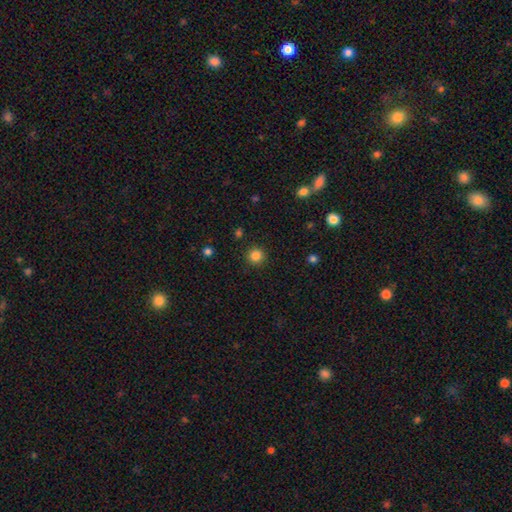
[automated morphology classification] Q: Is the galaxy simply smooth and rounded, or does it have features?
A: smooth — 84%.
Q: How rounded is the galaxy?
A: round — 94%.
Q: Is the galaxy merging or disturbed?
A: none — 91%.